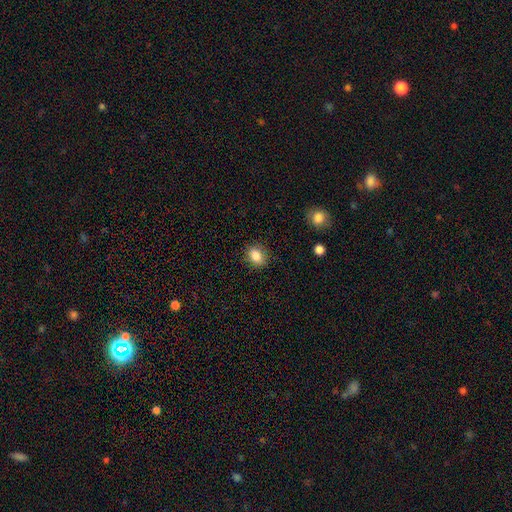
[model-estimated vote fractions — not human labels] A smooth galaxy with no disk features (84%) that is in between round and cigar-shaped (65%).

Vote fractions:
- Smooth or featured? smooth: 84% / star or artifact: 9% / featured or disk: 6%
- How rounded? in between: 65% / round: 33% / cigar-shaped: 2%
- Merging? none: 84% / minor disturbance: 12% / major disturbance: 3% / merger: 1%